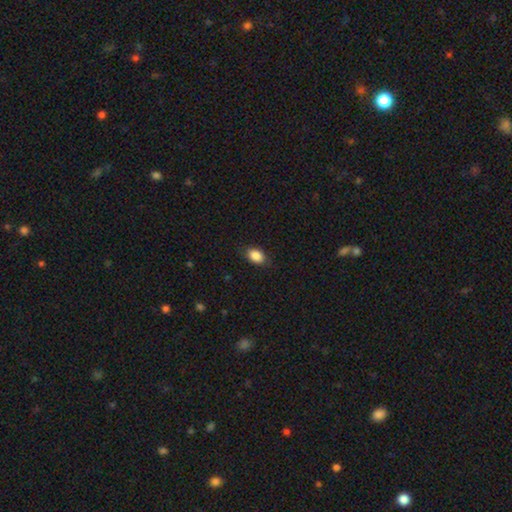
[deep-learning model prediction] This is clearly a smooth galaxy (87%). How rounded: clearly in between (82%). Merging: clearly none (84%).